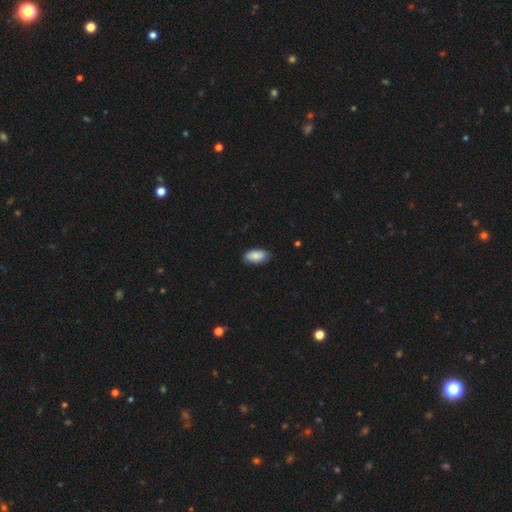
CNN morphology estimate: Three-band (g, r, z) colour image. It shows a smooth galaxy with no disk features (87%) that is in between round and cigar-shaped (94%). Merging: none (83%).